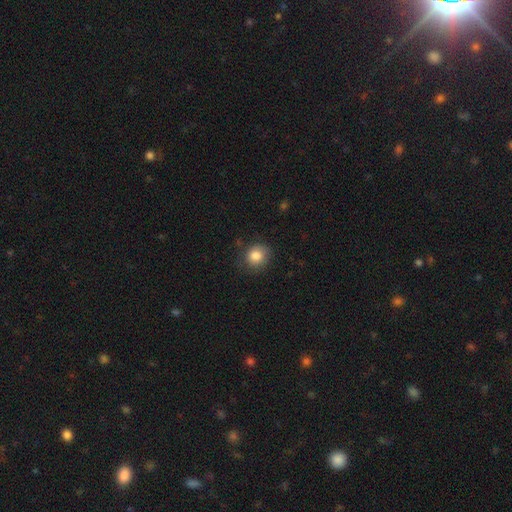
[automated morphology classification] A smooth galaxy with no disk features (84%) that is round (78%).

Vote fractions:
- Smooth or featured? smooth: 84% / star or artifact: 9% / featured or disk: 7%
- How rounded? round: 78% / in between: 21% / cigar-shaped: 1%
- Merging? none: 76% / minor disturbance: 18% / major disturbance: 5% / merger: 1%